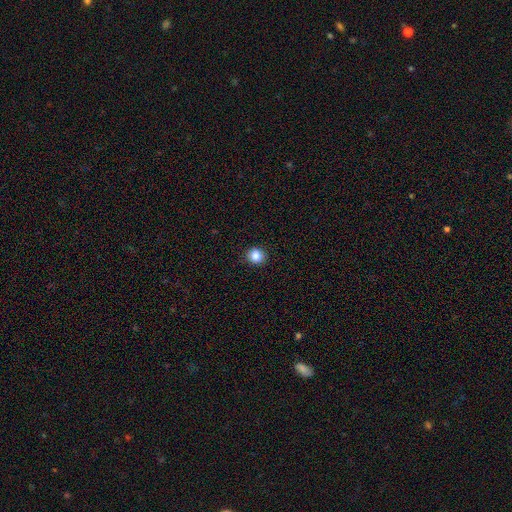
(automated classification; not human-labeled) Overall: smooth (86%). How rounded: round (85%). Merging: none (90%).